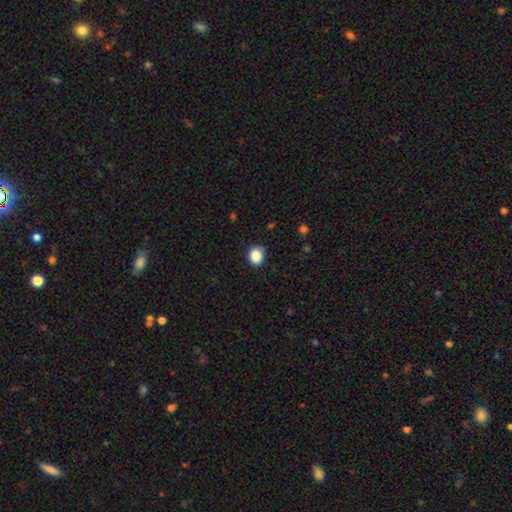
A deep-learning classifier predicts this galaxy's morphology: This appears to be a smooth galaxy with no disk features (88%) that is round (76%). Merging: none (85%).